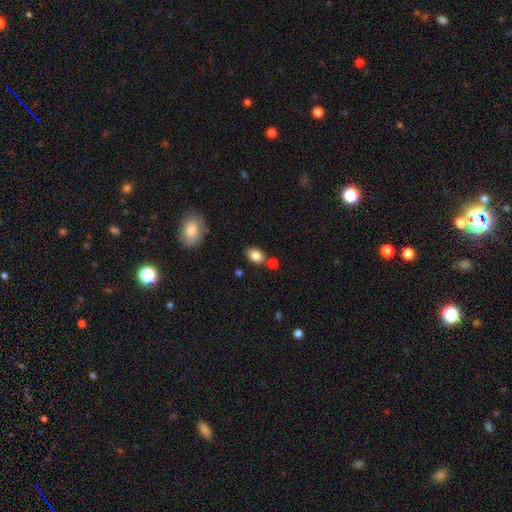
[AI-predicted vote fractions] Smooth or featured?
  - smooth: 84% *
  - star or artifact: 8%
  - featured or disk: 8%
How rounded?
  - in between: 81% *
  - round: 18%
  - cigar-shaped: 2%
Merging?
  - none: 68% *
  - merger: 16%
  - minor disturbance: 12%
  - major disturbance: 3%